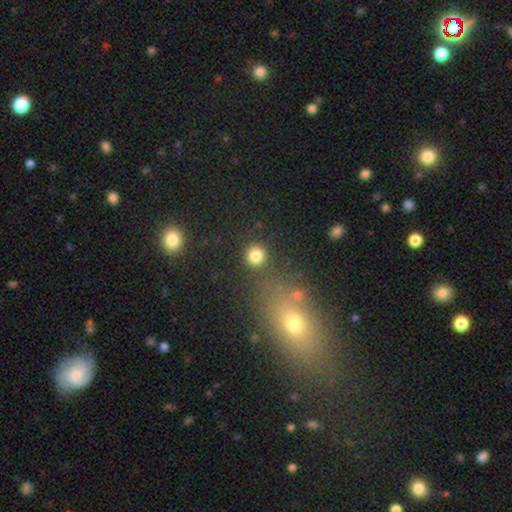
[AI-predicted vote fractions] Smooth or featured?
  - smooth: 82% *
  - star or artifact: 13%
  - featured or disk: 5%
How rounded?
  - round: 90% *
  - in between: 9%
  - cigar-shaped: 1%
Merging?
  - none: 85% *
  - minor disturbance: 7%
  - merger: 5%
  - major disturbance: 3%